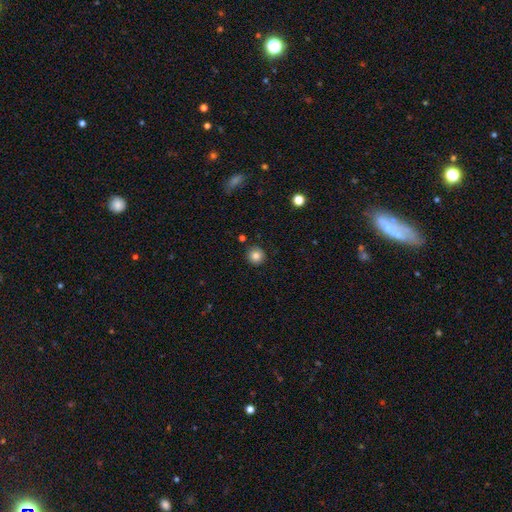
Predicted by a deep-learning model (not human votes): Morphology: type=smooth (84%); roundness=round (93%); merging=none (89%).